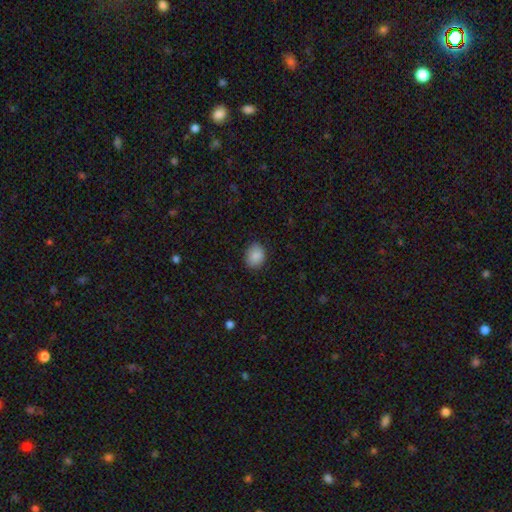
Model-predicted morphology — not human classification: Smooth or featured? Predicted: smooth (p=0.88). How rounded? Predicted: round (p=0.52). Merging? Predicted: none (p=0.88).